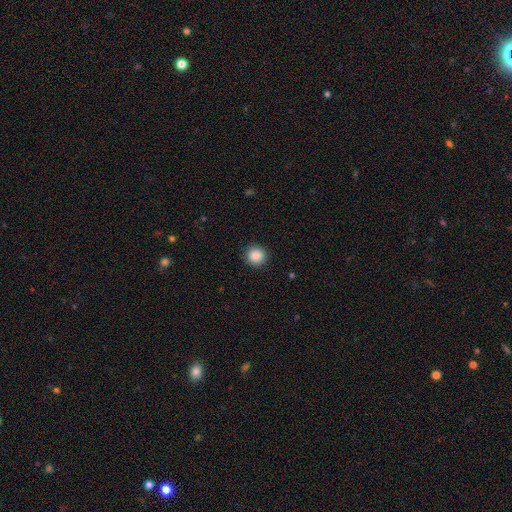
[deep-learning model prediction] The model was most divided on "smooth or featured": smooth: 88%, star or artifact: 9%, featured or disk: 3%. More confident: how rounded — round (93%); merging — none (91%).